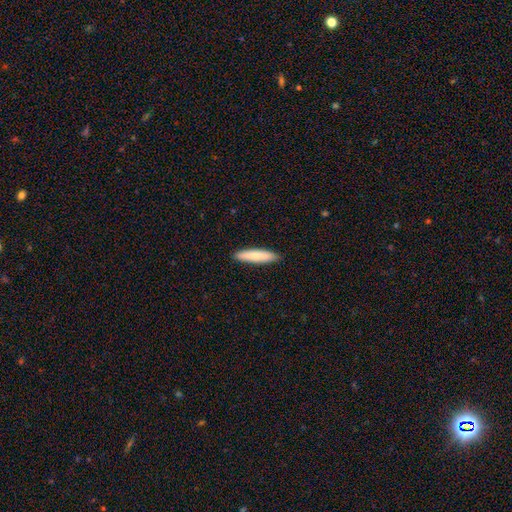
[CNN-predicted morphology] smooth_or_featured: smooth (p=0.78) [alt: featured or disk p=0.16]
how_rounded: cigar-shaped (p=0.86) [alt: in between p=0.13]
merging: none (p=0.90) [alt: minor disturbance p=0.07]